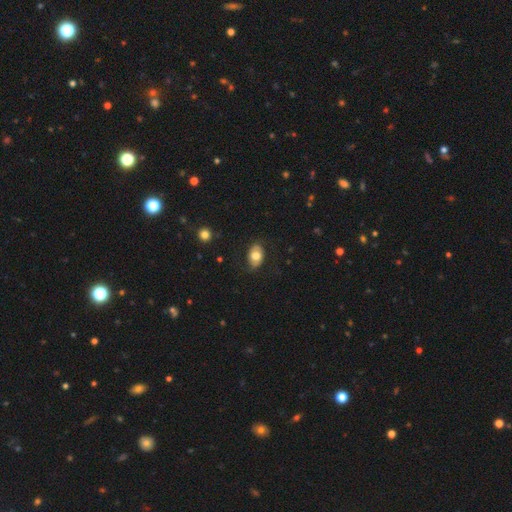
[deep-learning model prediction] Overall: smooth (67%). How rounded: in between (83%). Merging: none (76%).